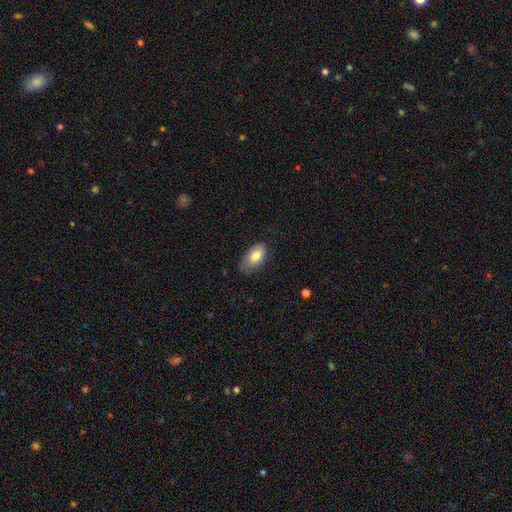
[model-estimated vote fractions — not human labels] Q: Smooth or featured?
A: smooth (80%); runner-up: featured or disk (14%)
Q: How rounded?
A: in between (93%); runner-up: round (4%)
Q: Merging?
A: none (64%); runner-up: minor disturbance (29%)